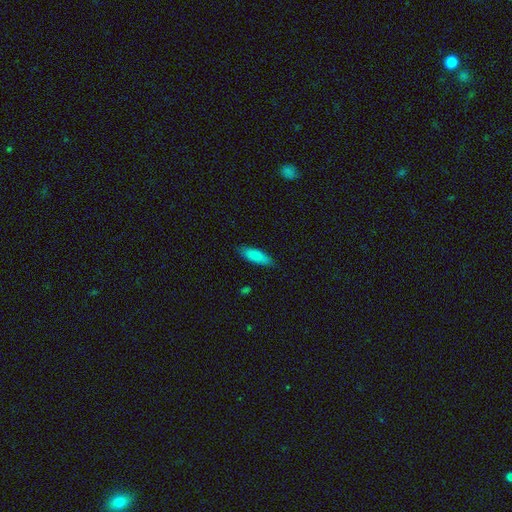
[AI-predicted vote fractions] smooth-or-featured: smooth: 86% | featured or disk: 8% | star or artifact: 6%
  how-rounded: in between: 54% | cigar-shaped: 44% | round: 2%
  merging: none: 86% | minor disturbance: 11% | major disturbance: 2% | merger: 1%